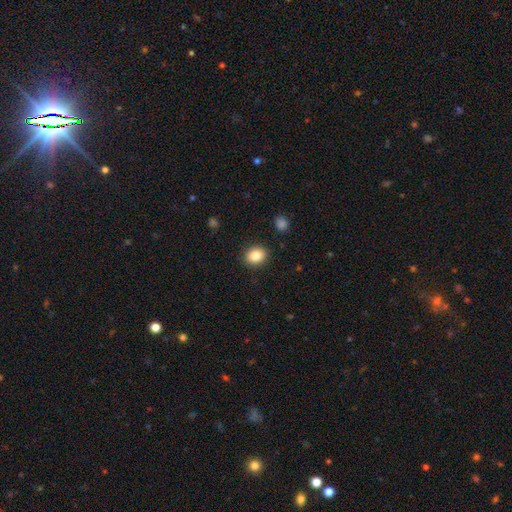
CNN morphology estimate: smooth_or_featured: smooth (p=0.85) [alt: star or artifact p=0.09]
how_rounded: round (p=0.59) [alt: in between p=0.40]
merging: none (p=0.90) [alt: minor disturbance p=0.07]